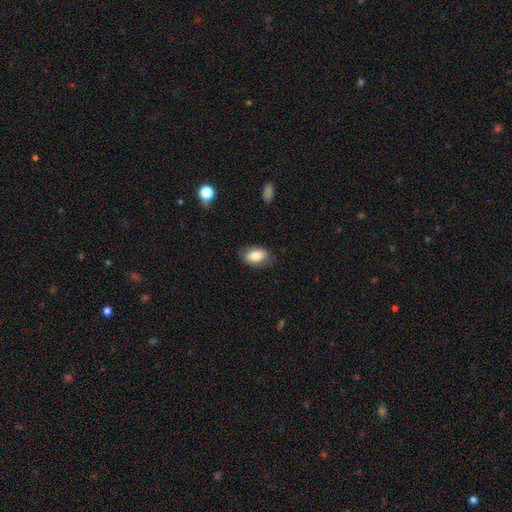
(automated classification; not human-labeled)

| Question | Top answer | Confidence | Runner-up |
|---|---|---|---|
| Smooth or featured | smooth | 82% | featured or disk (11%) |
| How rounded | in between | 91% | round (8%) |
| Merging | none | 78% | minor disturbance (17%) |